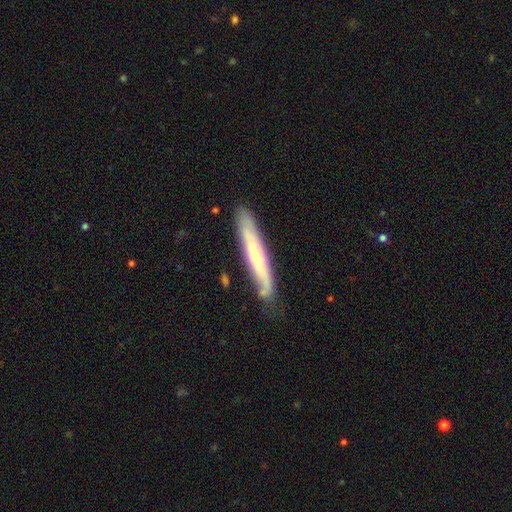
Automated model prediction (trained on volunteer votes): Smooth or featured? Predicted: featured or disk (p=0.53). Edge-on disk? Predicted: yes (p=0.82). Merging? Predicted: none (p=0.80).